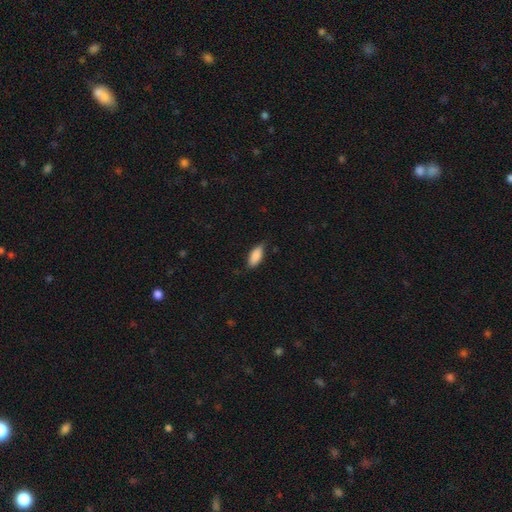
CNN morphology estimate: Q: Smooth or featured?
A: smooth (88%); runner-up: star or artifact (6%)
Q: How rounded?
A: in between (86%); runner-up: cigar-shaped (12%)
Q: Merging?
A: none (74%); runner-up: minor disturbance (22%)